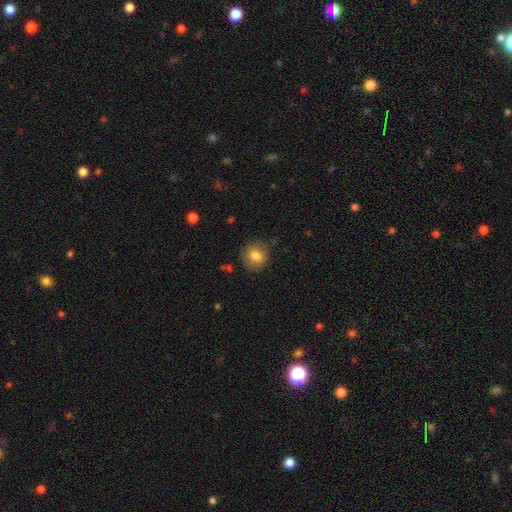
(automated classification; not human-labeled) Overall: smooth (82%). How rounded: round (84%). Merging: none (83%).